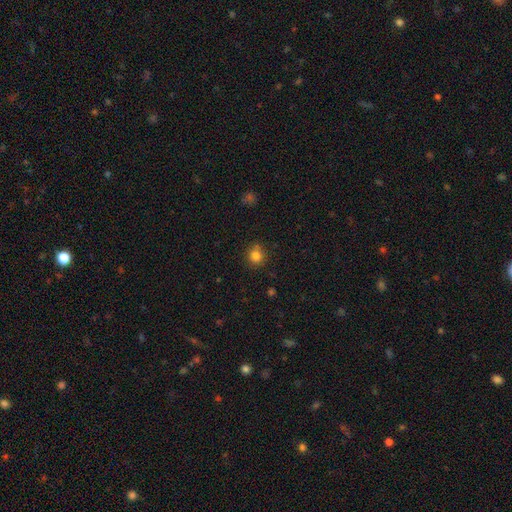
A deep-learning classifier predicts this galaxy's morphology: Smooth or featured?
  - smooth: 81% *
  - star or artifact: 13%
  - featured or disk: 6%
How rounded?
  - round: 89% *
  - in between: 10%
  - cigar-shaped: 1%
Merging?
  - none: 80% *
  - minor disturbance: 13%
  - merger: 4%
  - major disturbance: 3%